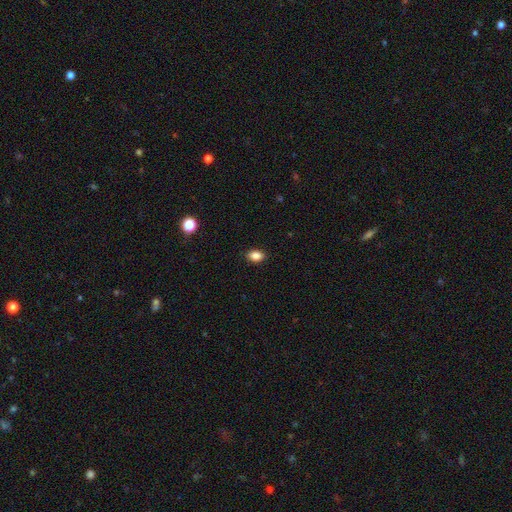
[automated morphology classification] This is clearly a smooth galaxy (87%). How rounded: clearly in between (82%). Merging: clearly none (89%).